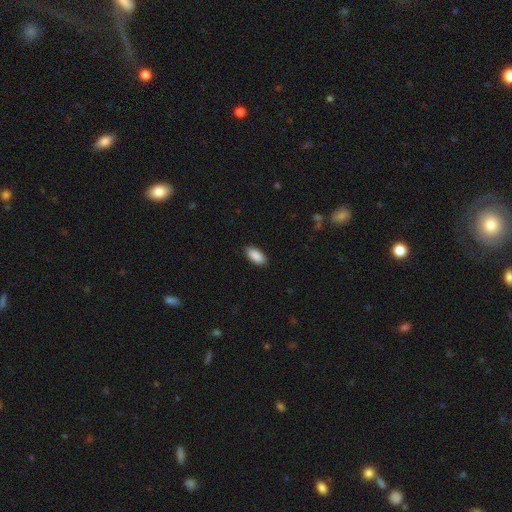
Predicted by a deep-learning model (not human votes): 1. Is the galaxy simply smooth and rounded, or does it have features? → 91% smooth, 6% star or artifact, 3% featured or disk.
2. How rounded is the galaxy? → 93% in between, 5% cigar-shaped, 2% round.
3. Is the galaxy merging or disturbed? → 90% none, 8% minor disturbance, 2% major disturbance, 1% merger.